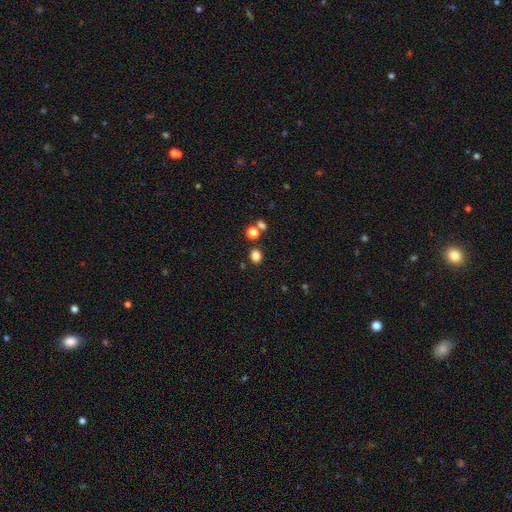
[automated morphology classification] smooth 81%, star or artifact 14%, featured or disk 5%. Down the decision tree: how rounded — round (61%); merging — none (81%).